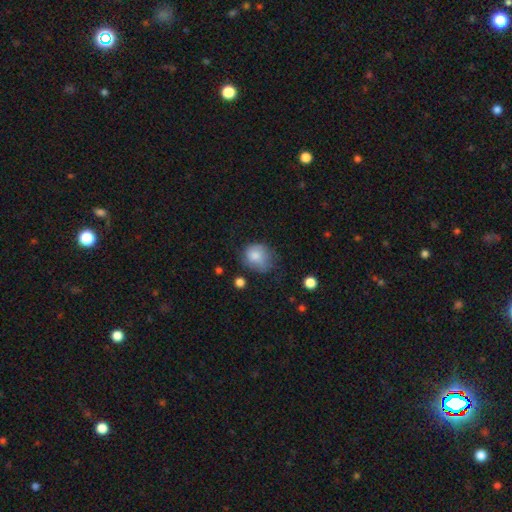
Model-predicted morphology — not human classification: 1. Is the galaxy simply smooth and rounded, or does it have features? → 79% smooth, 14% featured or disk, 8% star or artifact.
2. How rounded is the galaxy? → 64% round, 35% in between, 1% cigar-shaped.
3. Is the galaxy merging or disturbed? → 49% none, 34% minor disturbance, 15% major disturbance, 3% merger.